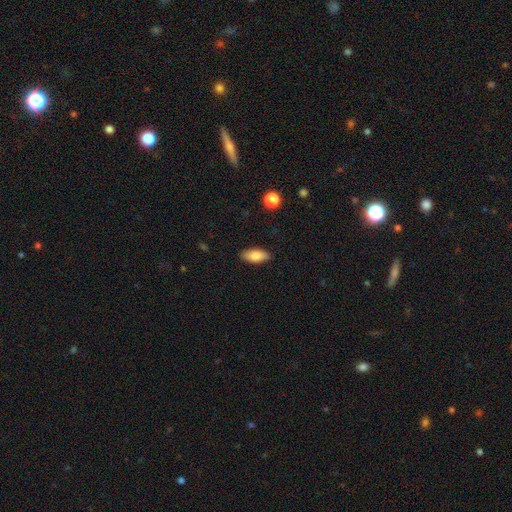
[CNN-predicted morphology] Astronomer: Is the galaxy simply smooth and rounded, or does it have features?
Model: smooth — 83%.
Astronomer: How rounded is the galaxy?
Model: in between — 84%.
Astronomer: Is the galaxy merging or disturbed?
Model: none — 87%.